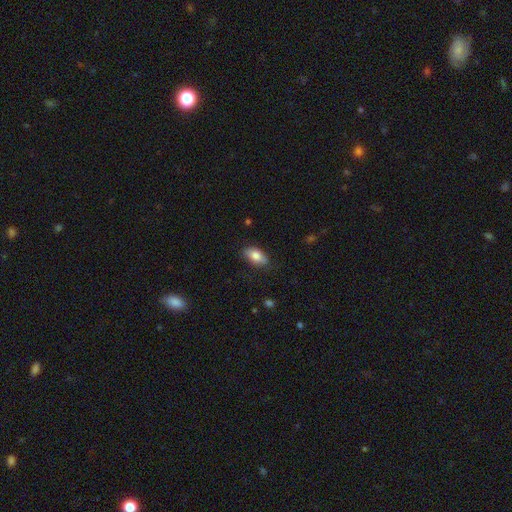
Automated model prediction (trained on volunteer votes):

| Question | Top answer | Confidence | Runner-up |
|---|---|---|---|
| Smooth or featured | smooth | 81% | featured or disk (13%) |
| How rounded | in between | 90% | round (5%) |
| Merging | none | 82% | minor disturbance (14%) |